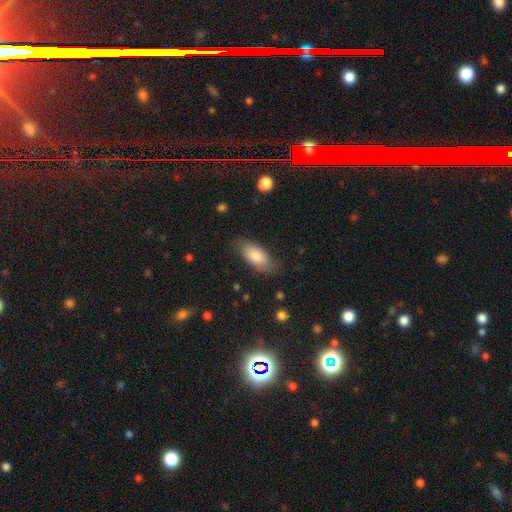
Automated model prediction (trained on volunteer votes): Smooth or featured? smooth (80%)
How rounded? in between (87%)
Merging? none (76%)